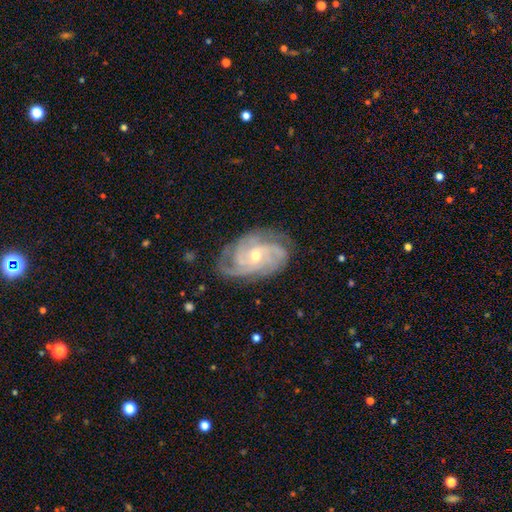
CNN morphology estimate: A featured or disk galaxy (89%) with no bar (66%), 3 (37%) tight (61%) spiral arms (98%) and a small central bulge (51%). Merging: none (76%).